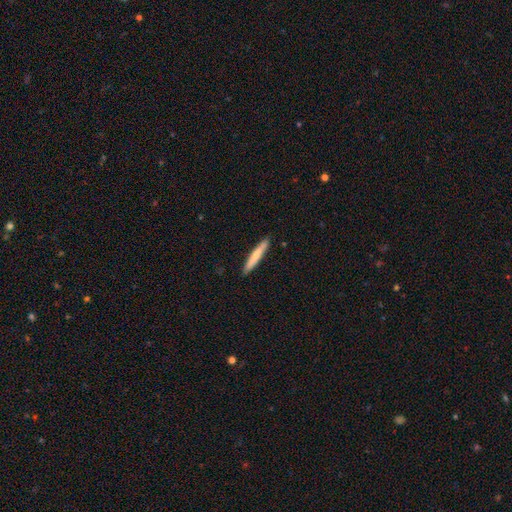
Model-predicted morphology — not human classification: smooth-or-featured: smooth: 74% | featured or disk: 21% | star or artifact: 5%
  how-rounded: cigar-shaped: 95% | in between: 4% | round: 1%
  merging: none: 89% | minor disturbance: 8% | major disturbance: 1% | merger: 1%